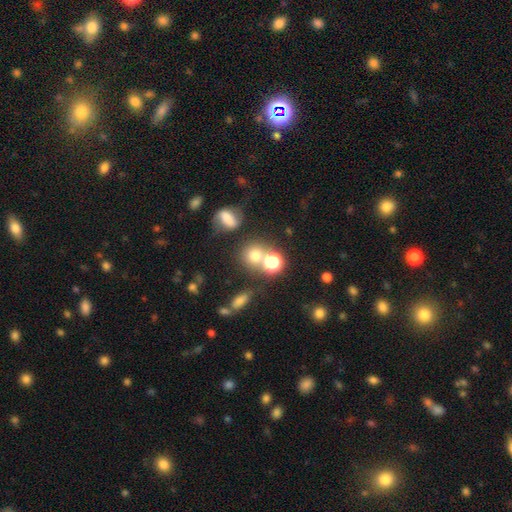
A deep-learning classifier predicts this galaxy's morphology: type=smooth (66%); roundness=round (82%); merging=none (59%).